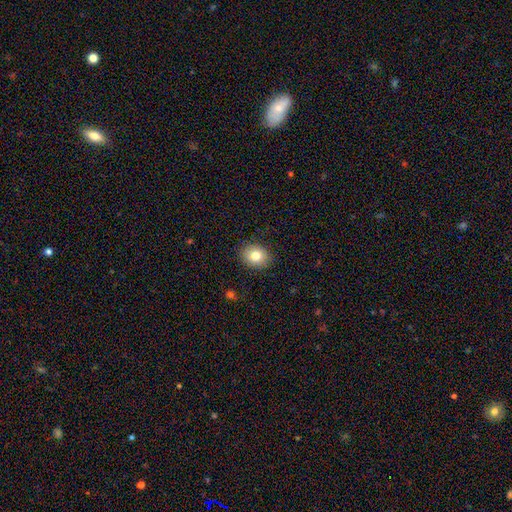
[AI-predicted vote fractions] A smooth galaxy with no disk features (81%) that is round (51%).

Vote fractions:
- Smooth or featured? smooth: 81% / featured or disk: 10% / star or artifact: 9%
- How rounded? round: 51% / in between: 48% / cigar-shaped: 1%
- Merging? none: 88% / minor disturbance: 8% / major disturbance: 2% / merger: 1%